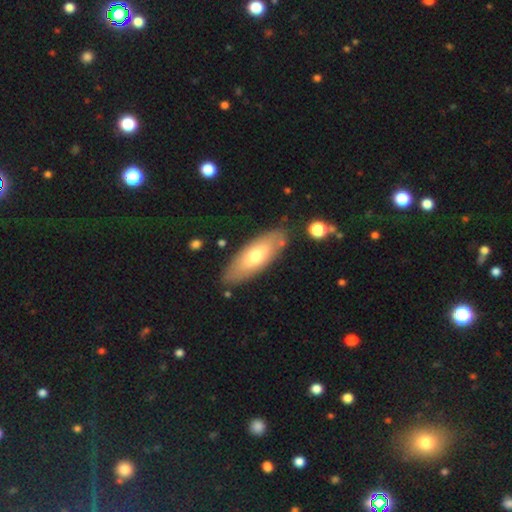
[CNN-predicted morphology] Smooth or featured: smooth — 62% (featured or disk — 32%)
How rounded: in between — 72% (cigar-shaped — 26%)
Merging: none — 82% (minor disturbance — 12%)